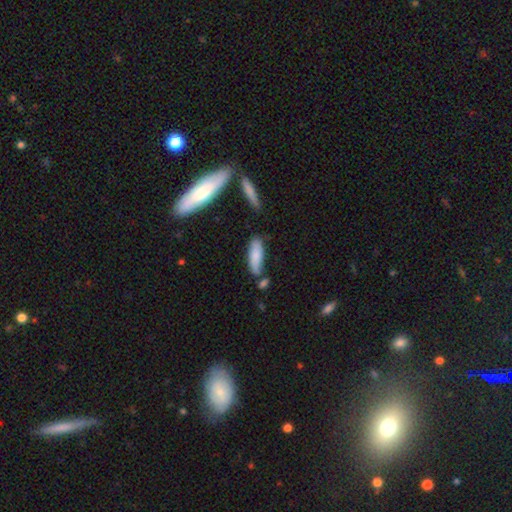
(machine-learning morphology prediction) smooth_or_featured: smooth (p=0.82) [alt: featured or disk p=0.12]
how_rounded: in between (p=0.57) [alt: cigar-shaped p=0.41]
merging: none (p=0.67) [alt: minor disturbance p=0.19]